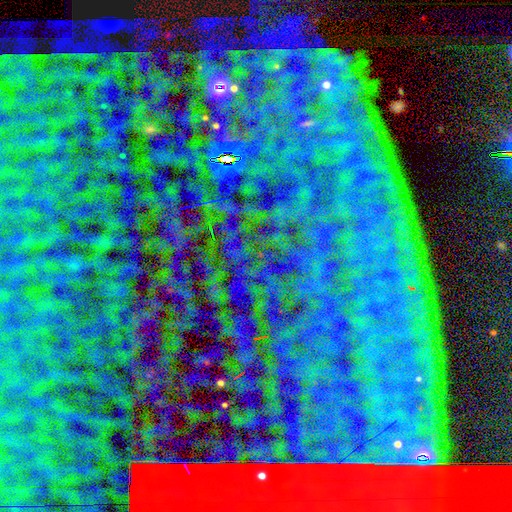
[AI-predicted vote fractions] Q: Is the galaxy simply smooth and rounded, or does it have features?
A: star or artifact — 84%.